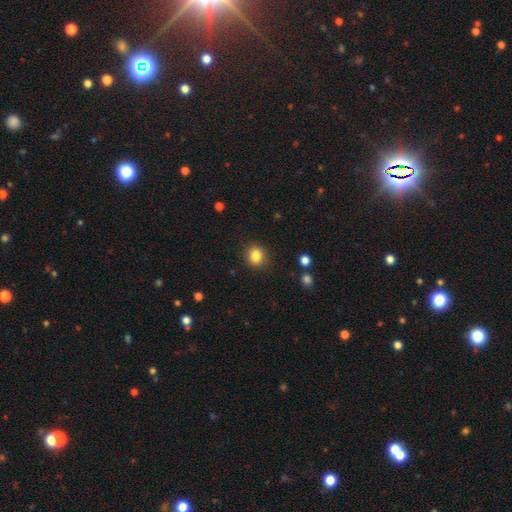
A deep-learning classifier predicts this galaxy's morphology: Smooth or featured? smooth (85%)
How rounded? round (71%)
Merging? none (87%)